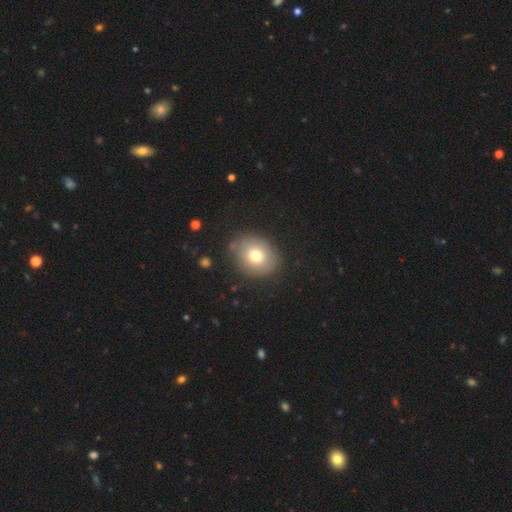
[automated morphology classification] smooth-or-featured: smooth: 74% | featured or disk: 15% | star or artifact: 10%
  how-rounded: round: 58% | in between: 41% | cigar-shaped: 1%
  merging: none: 81% | minor disturbance: 13% | major disturbance: 4% | merger: 2%